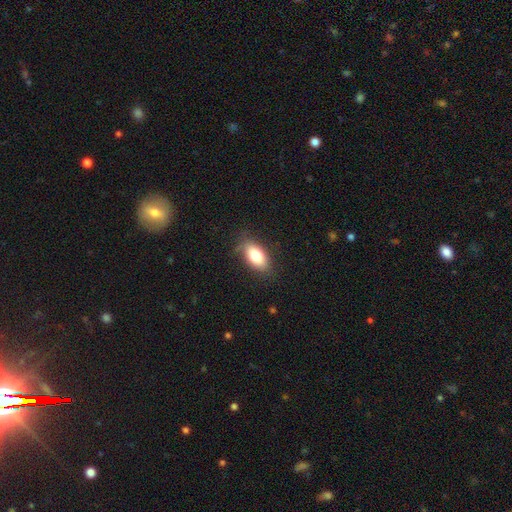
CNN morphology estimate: This appears to be a smooth galaxy with no disk features (79%) that is in between round and cigar-shaped (91%). Merging: none (78%).